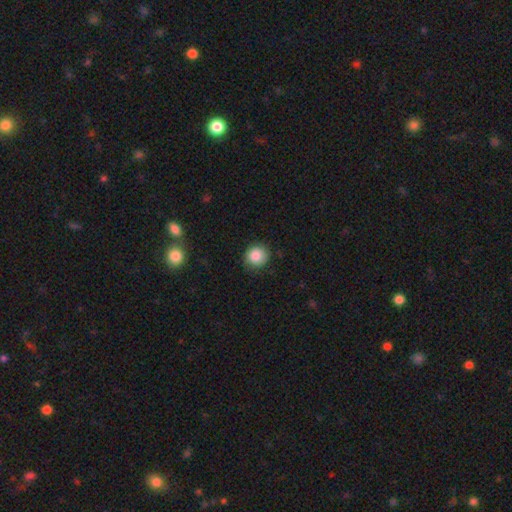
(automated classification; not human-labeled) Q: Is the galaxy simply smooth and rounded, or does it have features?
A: smooth — 86%.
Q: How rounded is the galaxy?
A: round — 88%.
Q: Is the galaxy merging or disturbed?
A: none — 81%.